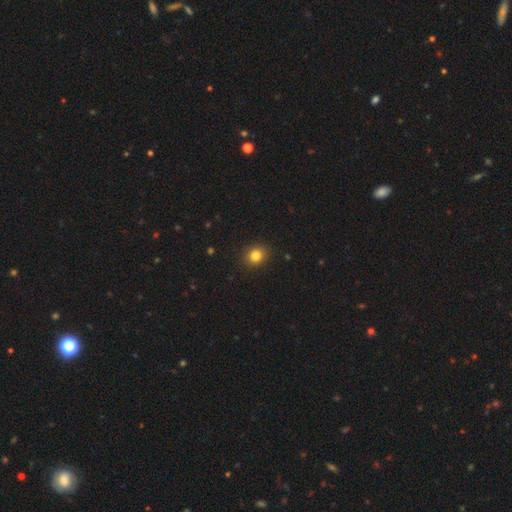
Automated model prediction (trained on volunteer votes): The model was most divided on "how rounded": round: 73%, in between: 26%, cigar-shaped: 1%. More confident: merging — none (90%); smooth or featured — smooth (83%).